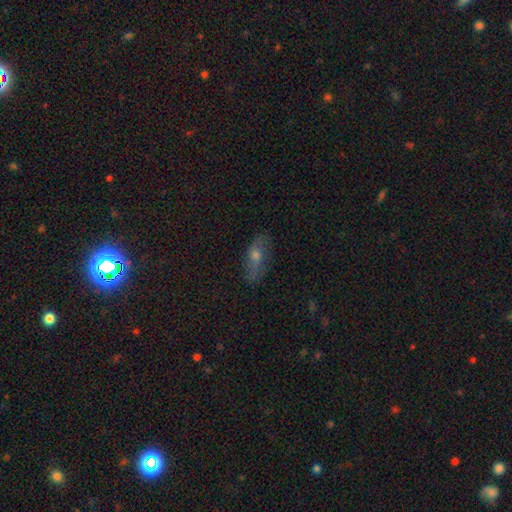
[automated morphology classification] Q: Smooth or featured?
A: featured or disk (45%); runner-up: smooth (42%)
Q: Merging?
A: none (76%); runner-up: minor disturbance (17%)